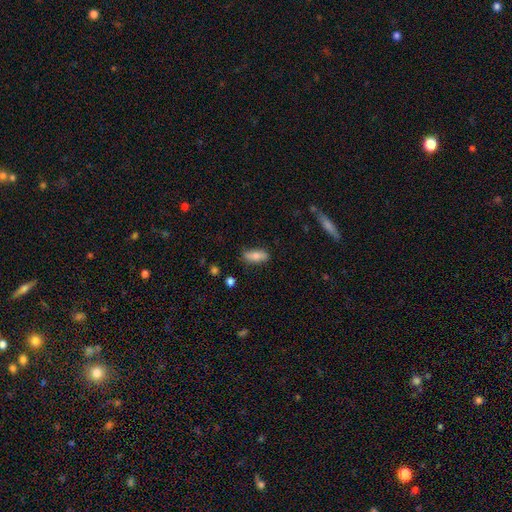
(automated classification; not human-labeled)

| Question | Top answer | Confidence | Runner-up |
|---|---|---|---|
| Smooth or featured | smooth | 73% | featured or disk (21%) |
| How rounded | in between | 72% | cigar-shaped (25%) |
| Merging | none | 81% | minor disturbance (15%) |